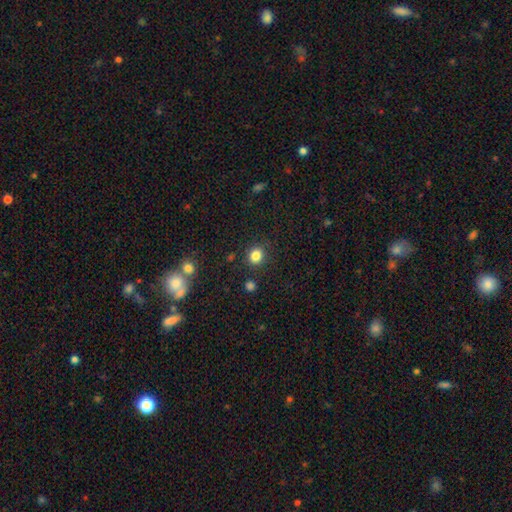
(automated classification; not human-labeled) smooth_or_featured: smooth (p=0.83) [alt: star or artifact p=0.12]
how_rounded: round (p=0.77) [alt: in between p=0.22]
merging: none (p=0.85) [alt: minor disturbance p=0.09]